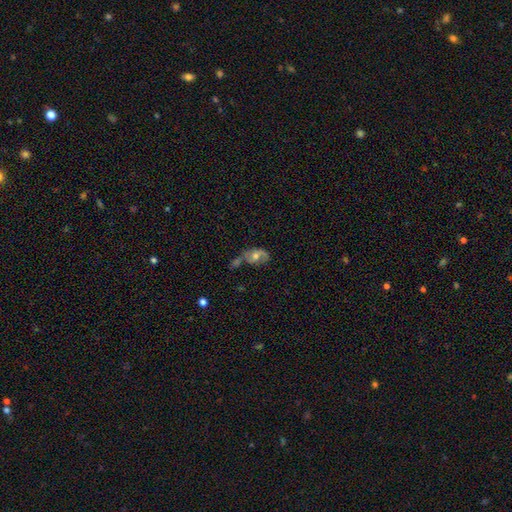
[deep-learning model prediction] Smooth or featured?
  - featured or disk: 54% *
  - smooth: 36%
  - star or artifact: 9%
Edge-on disk?
  - no: 93% *
  - yes: 7%
Bar?
  - no: 68% *
  - weak: 26%
  - strong: 6%
Spiral arms?
  - yes: 67% *
  - no: 33%
Bulge size?
  - moderate: 68% *
  - small: 16%
  - large: 11%
  - none: 3%
  - dominant: 2%
Merging?
  - none: 33% *
  - merger: 32%
  - minor disturbance: 20%
  - major disturbance: 15%